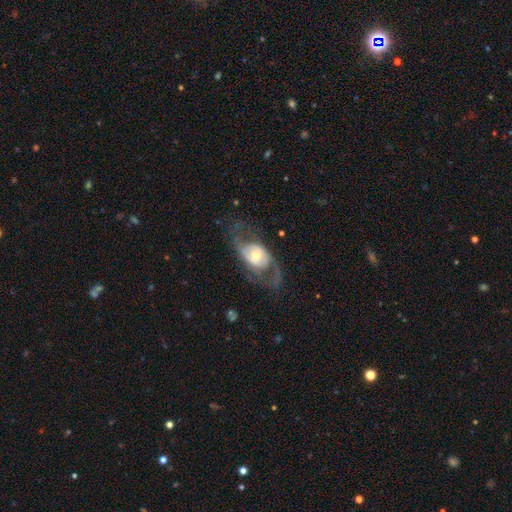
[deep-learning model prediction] Smooth or featured? Predicted: featured or disk (p=0.71). Edge-on disk? Predicted: no (p=0.93). Bar? Predicted: no (p=0.63). Spiral arms? Predicted: yes (p=0.70). Bulge size? Predicted: moderate (p=0.58). Merging? Predicted: none (p=0.53).